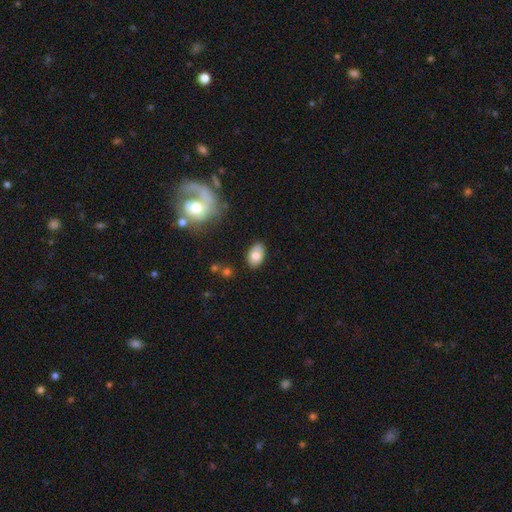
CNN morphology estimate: type=smooth (78%); roundness=in between (91%); merging=none (81%).